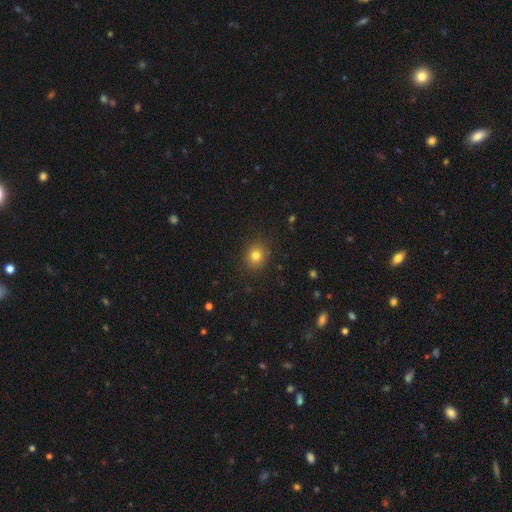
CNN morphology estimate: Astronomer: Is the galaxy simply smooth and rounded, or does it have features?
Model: smooth — 80%.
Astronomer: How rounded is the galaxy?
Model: round — 77%.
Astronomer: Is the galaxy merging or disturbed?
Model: none — 88%.